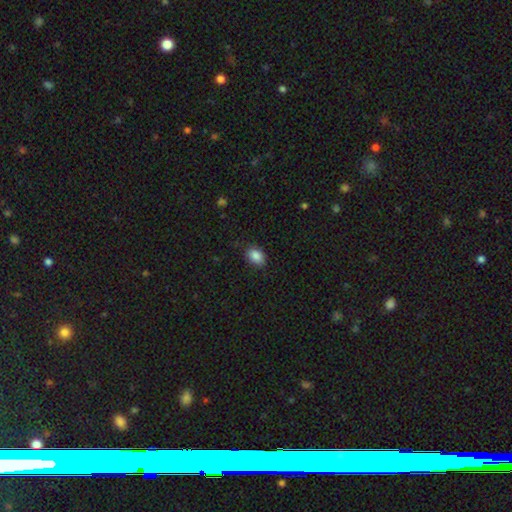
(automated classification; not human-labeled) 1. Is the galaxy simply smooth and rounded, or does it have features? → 87% smooth, 9% star or artifact, 4% featured or disk.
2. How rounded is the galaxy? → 77% in between, 22% round, 1% cigar-shaped.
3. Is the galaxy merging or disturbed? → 84% none, 12% minor disturbance, 2% major disturbance, 1% merger.